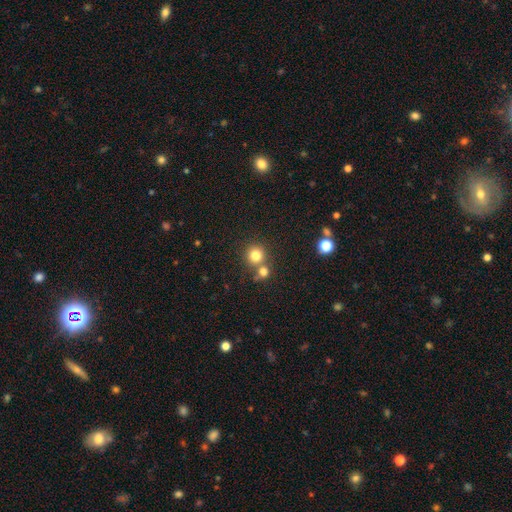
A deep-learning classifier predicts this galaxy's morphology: type=smooth (79%); roundness=round (92%); merging=none (61%).